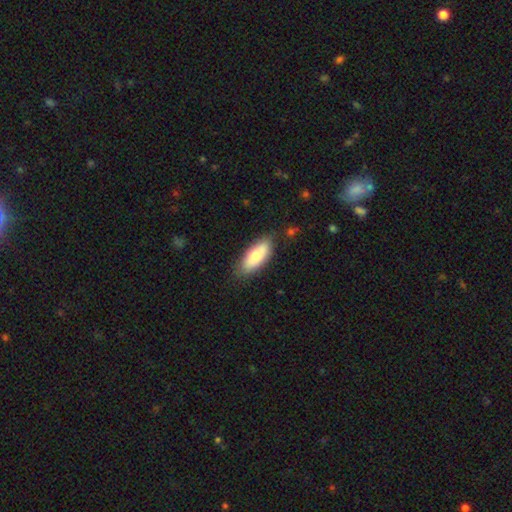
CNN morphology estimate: smooth 75%, featured or disk 19%, star or artifact 6%. Down the decision tree: how rounded — in between (73%); merging — none (82%).